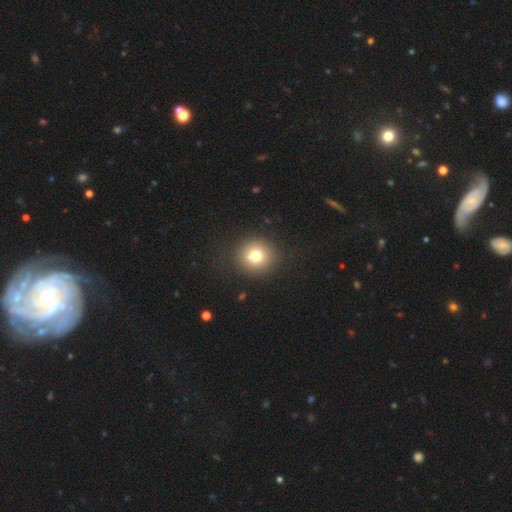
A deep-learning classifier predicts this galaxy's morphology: A smooth galaxy with no disk features (76%) that is round (87%).

Vote fractions:
- Smooth or featured? smooth: 76% / star or artifact: 13% / featured or disk: 11%
- How rounded? round: 87% / in between: 12% / cigar-shaped: 1%
- Merging? none: 84% / minor disturbance: 9% / major disturbance: 4% / merger: 3%